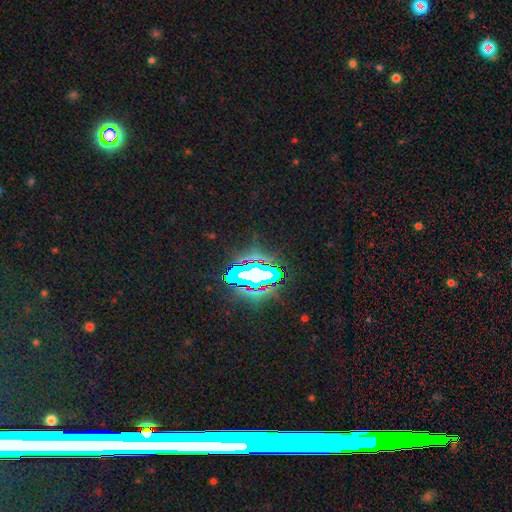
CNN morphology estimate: A star or artifact, not a galaxy (75%).